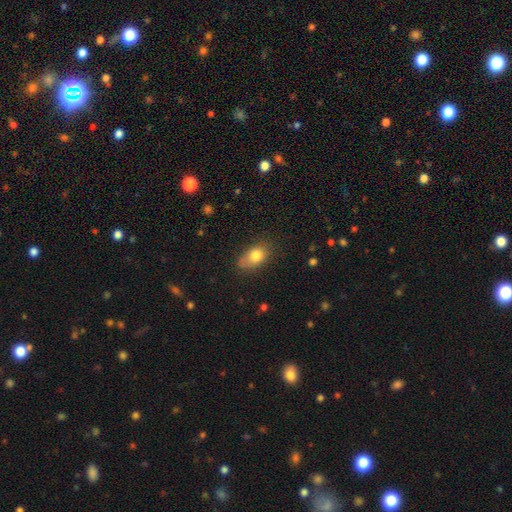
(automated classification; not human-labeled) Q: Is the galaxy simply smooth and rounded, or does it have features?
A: smooth — 79%.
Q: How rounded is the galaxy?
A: in between — 81%.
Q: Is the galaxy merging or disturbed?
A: none — 59%.